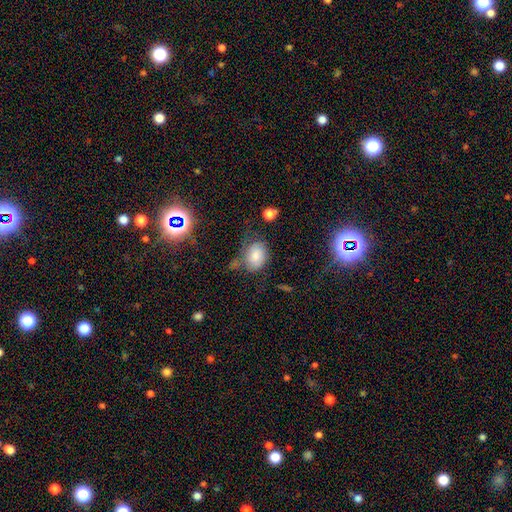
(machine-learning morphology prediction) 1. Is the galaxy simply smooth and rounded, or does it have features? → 73% smooth, 16% featured or disk, 11% star or artifact.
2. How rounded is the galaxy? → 66% in between, 33% round, 1% cigar-shaped.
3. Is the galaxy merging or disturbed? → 43% none, 29% minor disturbance, 19% major disturbance, 9% merger.